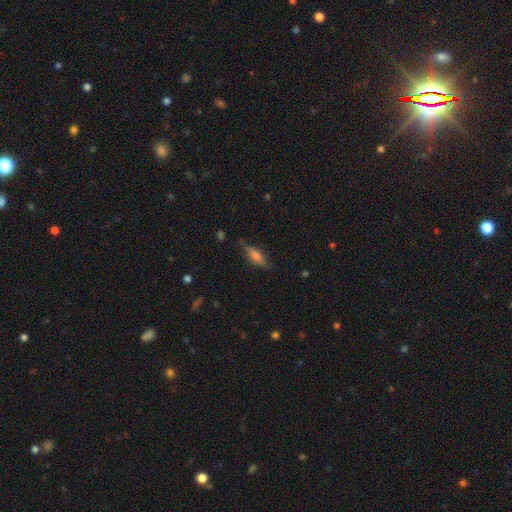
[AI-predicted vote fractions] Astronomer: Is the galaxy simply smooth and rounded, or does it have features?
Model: smooth — 58% (runner-up: featured or disk, 33%).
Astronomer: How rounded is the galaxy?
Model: cigar-shaped — 51% (runner-up: in between, 46%).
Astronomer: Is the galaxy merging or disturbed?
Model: none — 78%.